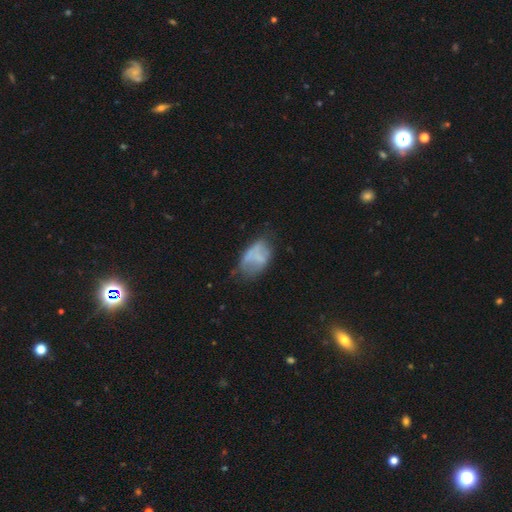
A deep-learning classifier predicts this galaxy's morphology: A smooth galaxy with no disk features (56%) that is in between round and cigar-shaped (90%). Merging: none (39%).